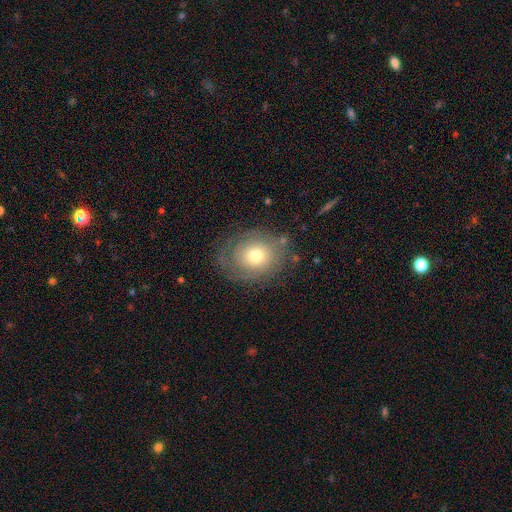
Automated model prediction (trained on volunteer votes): Morphology: type=smooth (52%); roundness=round (52%); merging=none (72%).